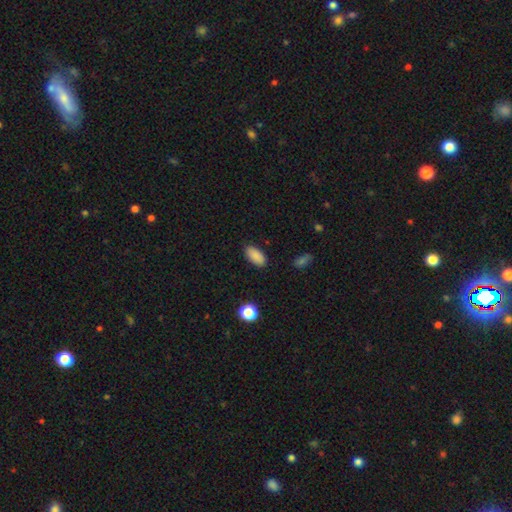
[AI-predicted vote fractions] A smooth galaxy with no disk features (88%) that is in between round and cigar-shaped (92%).

Vote fractions:
- Smooth or featured? smooth: 88% / star or artifact: 8% / featured or disk: 4%
- How rounded? in between: 92% / cigar-shaped: 5% / round: 3%
- Merging? none: 87% / minor disturbance: 9% / major disturbance: 2% / merger: 1%